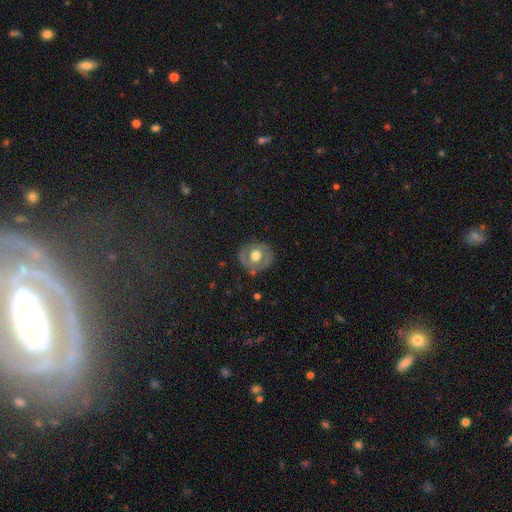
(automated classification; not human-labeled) The model was most divided on "smooth or featured": featured or disk: 47%, smooth: 46%, star or artifact: 7%. More confident: merging — none (78%).